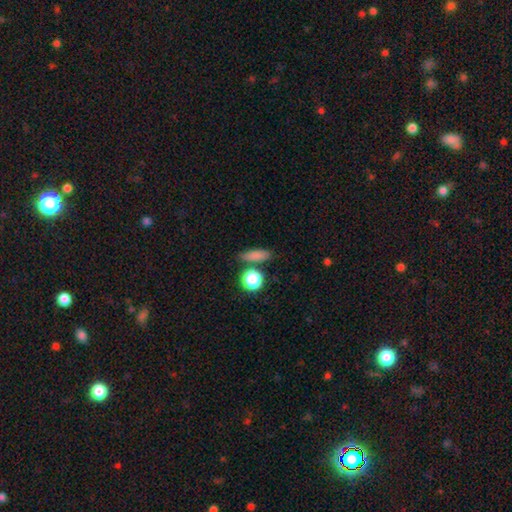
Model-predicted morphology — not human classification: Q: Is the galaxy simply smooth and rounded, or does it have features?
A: smooth — 80%.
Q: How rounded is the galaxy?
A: in between — 43%.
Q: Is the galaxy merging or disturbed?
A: none — 78%.